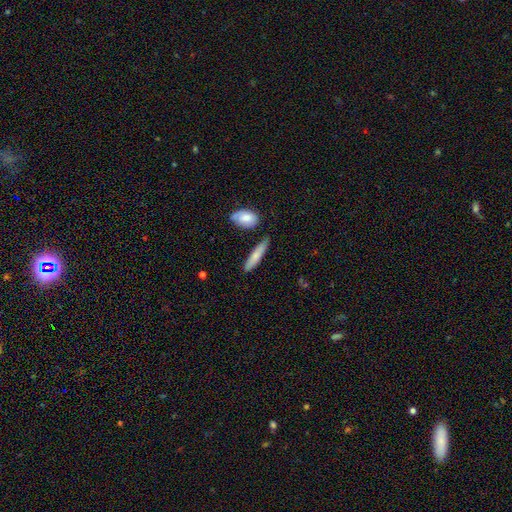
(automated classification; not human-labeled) smooth 74%, featured or disk 20%, star or artifact 6%. Down the decision tree: how rounded — cigar-shaped (79%); merging — none (77%).